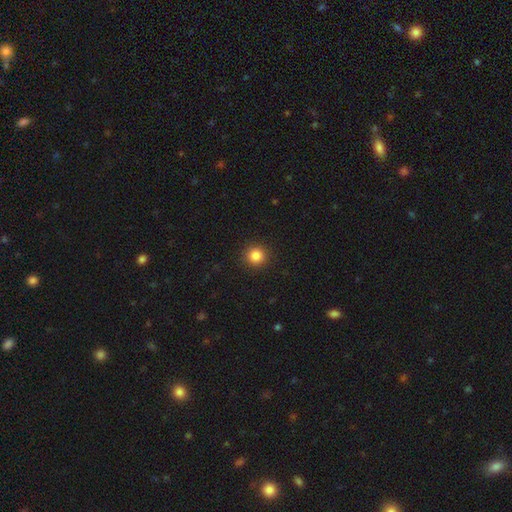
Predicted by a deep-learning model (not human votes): Smooth or featured? Predicted: smooth (p=0.85). How rounded? Predicted: round (p=0.94). Merging? Predicted: none (p=0.92).